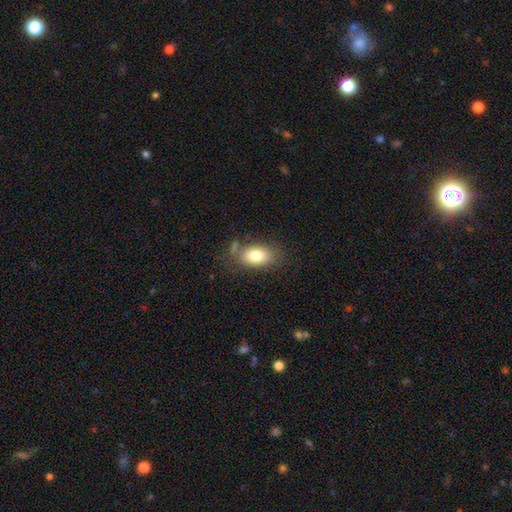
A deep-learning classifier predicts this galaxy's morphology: smooth-or-featured: smooth: 79% | featured or disk: 13% | star or artifact: 8%
  how-rounded: in between: 88% | round: 10% | cigar-shaped: 2%
  merging: none: 69% | minor disturbance: 18% | major disturbance: 7% | merger: 6%